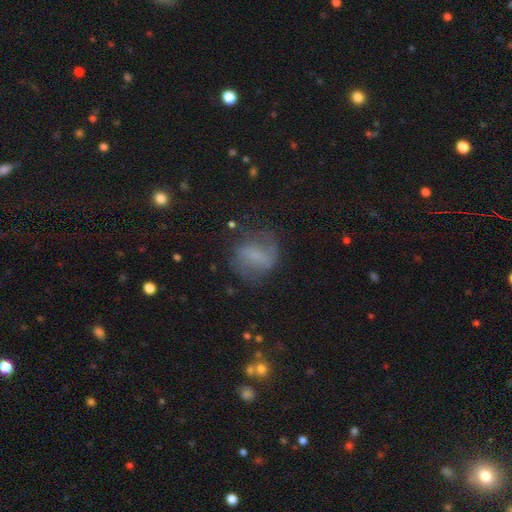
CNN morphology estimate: This is possibly a featured or disk galaxy (48%). Merging: likely none (62%).